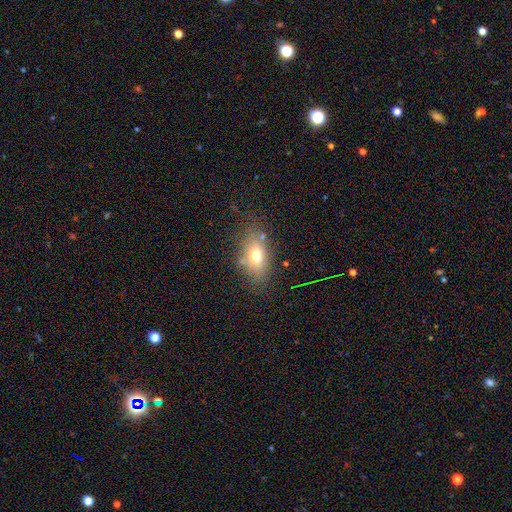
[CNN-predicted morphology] smooth-or-featured: smooth: 69% | featured or disk: 19% | star or artifact: 12%
  how-rounded: in between: 81% | round: 15% | cigar-shaped: 4%
  merging: none: 72% | minor disturbance: 17% | major disturbance: 6% | merger: 5%